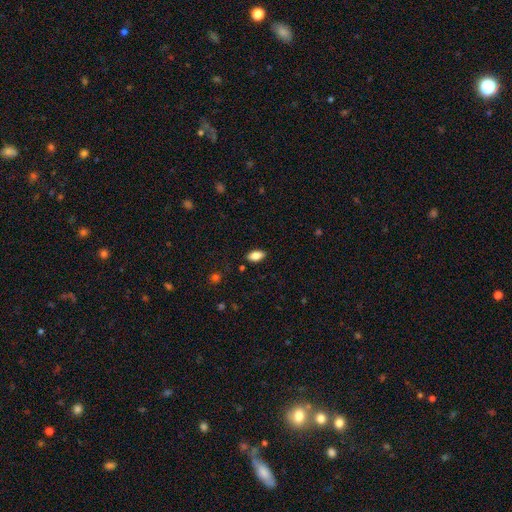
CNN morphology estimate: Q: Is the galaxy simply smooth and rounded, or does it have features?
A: smooth — 83%.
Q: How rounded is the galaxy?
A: in between — 91%.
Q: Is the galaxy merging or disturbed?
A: none — 86%.